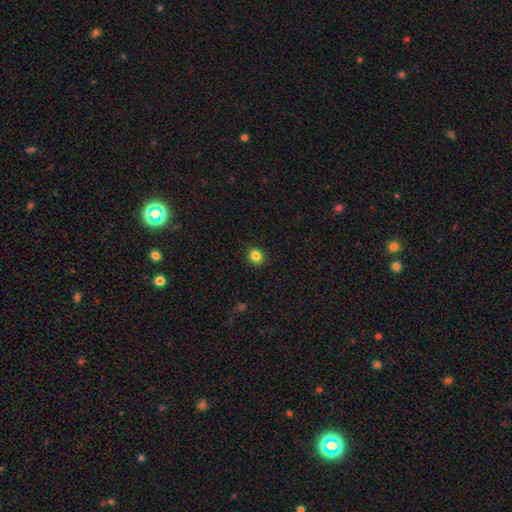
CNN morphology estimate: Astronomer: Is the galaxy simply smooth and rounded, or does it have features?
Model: smooth — 84%.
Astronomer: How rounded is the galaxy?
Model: round — 84%.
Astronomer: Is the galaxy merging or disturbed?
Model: none — 91%.